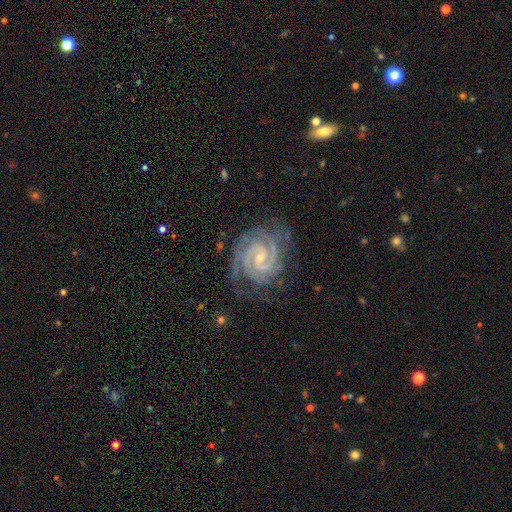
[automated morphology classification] type=featured or disk (82%); edge-on=no (97%); bar=weak (44%); spiral arms=yes (98%); winding=tight (73%); arm count=2 (45%); bulge=small (70%); merging=none (78%).